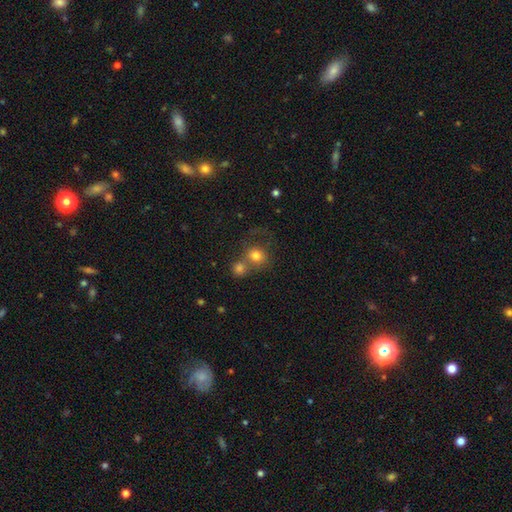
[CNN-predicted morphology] Q: Smooth or featured?
A: smooth (76%); runner-up: star or artifact (12%)
Q: How rounded?
A: round (81%); runner-up: in between (18%)
Q: Merging?
A: merger (45%); runner-up: none (39%)